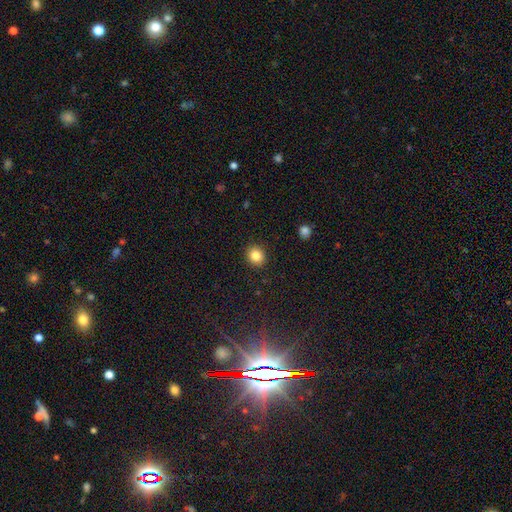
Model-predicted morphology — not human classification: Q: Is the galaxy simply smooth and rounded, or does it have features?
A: smooth — 84%.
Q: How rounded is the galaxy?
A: round — 80%.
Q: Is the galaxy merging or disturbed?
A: none — 91%.